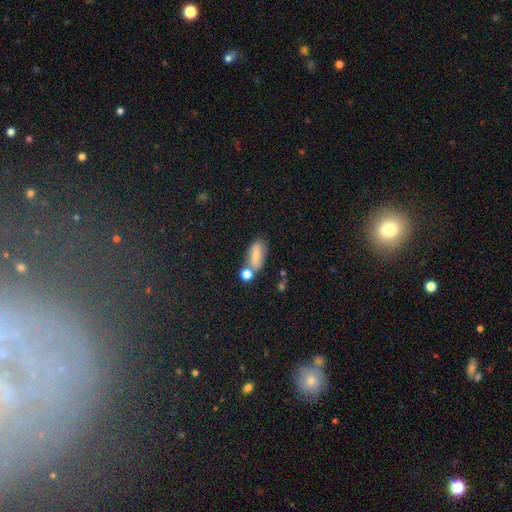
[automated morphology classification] This appears to be a smooth galaxy with no disk features (73%) that is in between round and cigar-shaped (77%). Merging: none (56%).